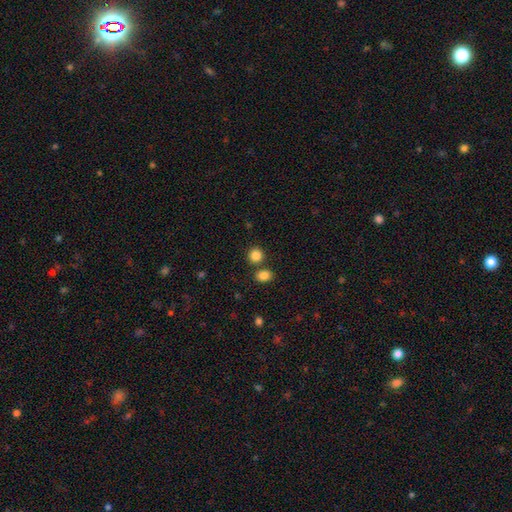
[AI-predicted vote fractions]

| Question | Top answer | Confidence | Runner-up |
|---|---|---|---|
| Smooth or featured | smooth | 85% | star or artifact (11%) |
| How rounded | round | 83% | in between (16%) |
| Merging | none | 73% | merger (17%) |